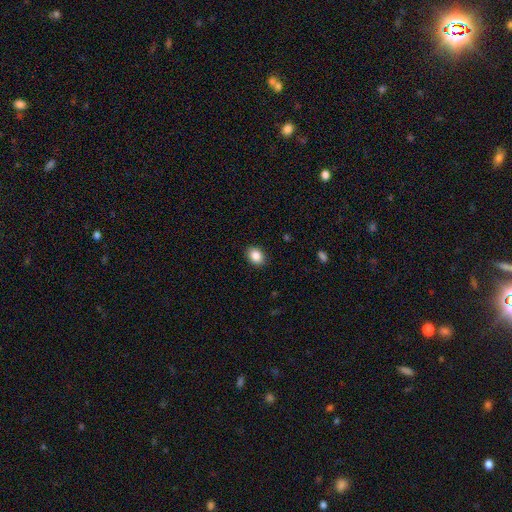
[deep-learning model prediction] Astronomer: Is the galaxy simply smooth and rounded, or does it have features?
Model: smooth — 87%.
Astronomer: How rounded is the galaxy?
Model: in between — 69%.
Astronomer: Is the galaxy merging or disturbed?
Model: none — 90%.